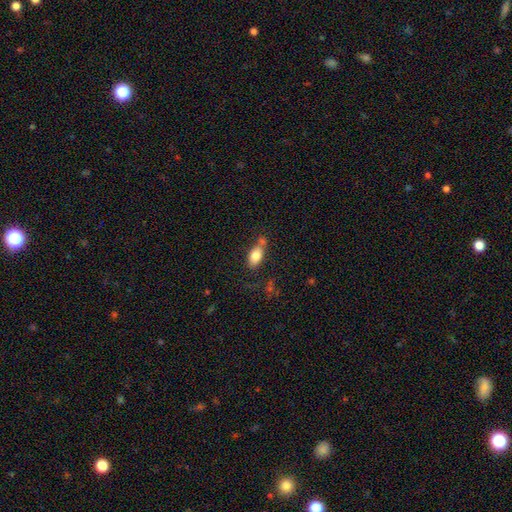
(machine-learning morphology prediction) Smooth or featured? smooth (79%)
How rounded? in between (88%)
Merging? none (58%)